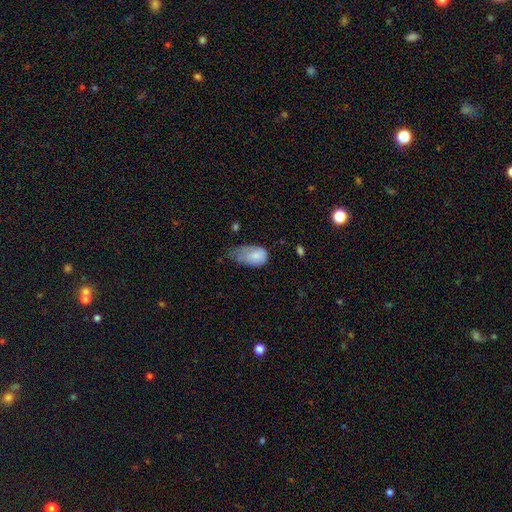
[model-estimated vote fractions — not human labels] Smooth or featured? smooth (77%)
How rounded? in between (89%)
Merging? minor disturbance (44%)